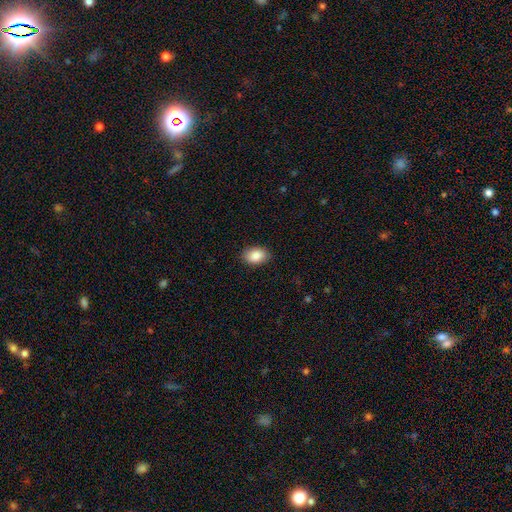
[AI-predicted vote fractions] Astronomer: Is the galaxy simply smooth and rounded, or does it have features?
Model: smooth — 88%.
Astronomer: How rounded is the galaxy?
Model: in between — 84%.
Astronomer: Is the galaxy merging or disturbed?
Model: none — 89%.